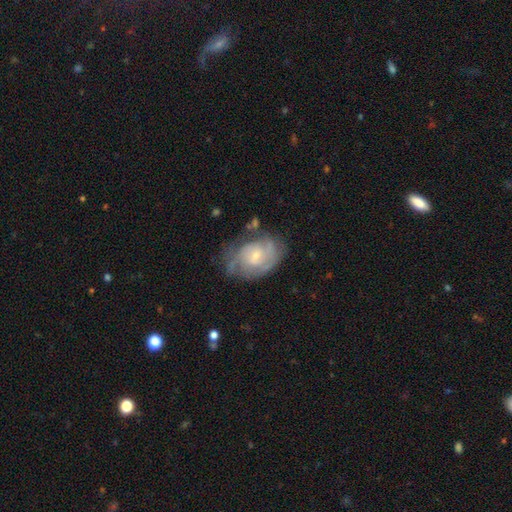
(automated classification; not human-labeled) The model was most divided on "spiral arm count": can't tell: 46%, 2: 29%, 3: 12%, 1: 5%, 4: 5%, more than 4: 3%. More confident: edge-on disk — no (97%); spiral arms — yes (82%); smooth or featured — featured or disk (71%); bulge size — small (66%); bar — no (65%); merging — none (56%); spiral winding — tight (54%).